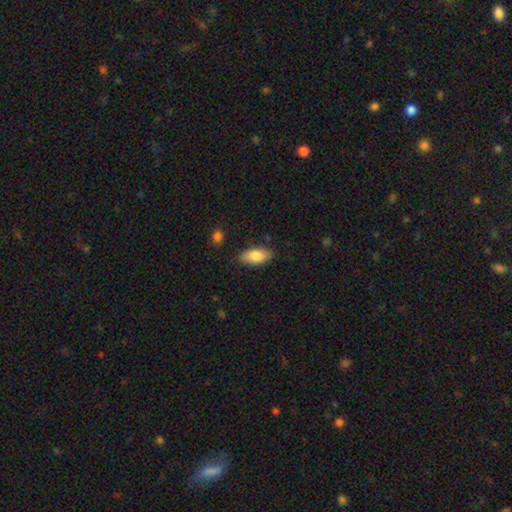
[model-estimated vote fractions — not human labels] smooth-or-featured: smooth: 84% | featured or disk: 10% | star or artifact: 6%
  how-rounded: in between: 89% | cigar-shaped: 8% | round: 3%
  merging: none: 83% | minor disturbance: 13% | major disturbance: 3% | merger: 2%